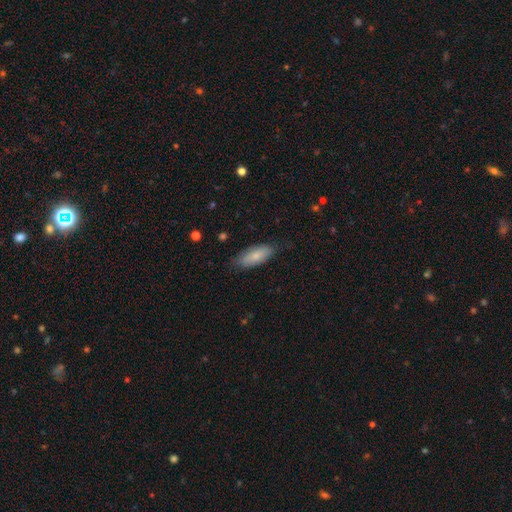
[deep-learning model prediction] smooth_or_featured: smooth (p=0.80) [alt: featured or disk p=0.15]
how_rounded: in between (p=0.80) [alt: cigar-shaped p=0.18]
merging: none (p=0.77) [alt: minor disturbance p=0.19]